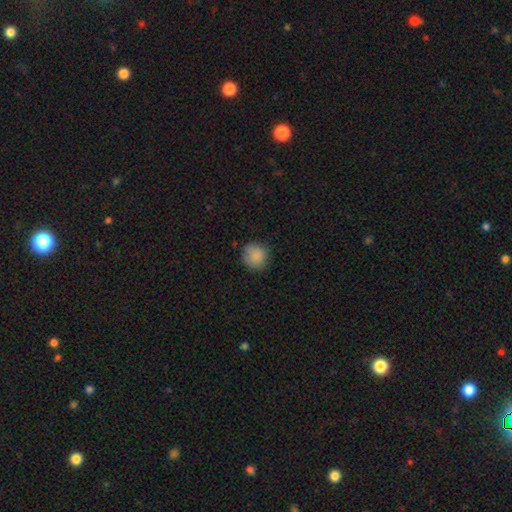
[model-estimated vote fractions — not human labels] smooth 86%, star or artifact 9%, featured or disk 5%. Down the decision tree: how rounded — round (91%); merging — none (80%).